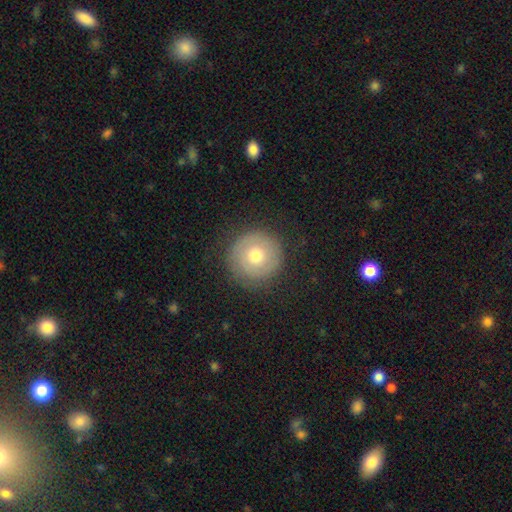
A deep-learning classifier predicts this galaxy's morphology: A smooth galaxy with no disk features (56%) that is round (95%).

Vote fractions:
- Smooth or featured? smooth: 56% / featured or disk: 35% / star or artifact: 9%
- How rounded? round: 95% / in between: 4% / cigar-shaped: 1%
- Merging? none: 84% / minor disturbance: 10% / major disturbance: 4% / merger: 1%